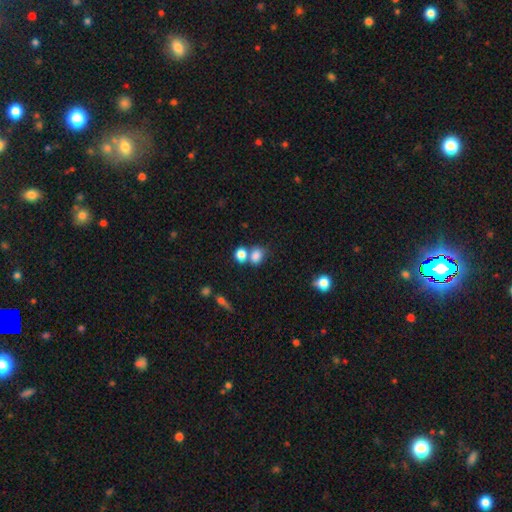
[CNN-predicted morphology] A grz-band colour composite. It shows a smooth galaxy with no disk features (81%) that is in between round and cigar-shaped (53%). Merging: none (44%).